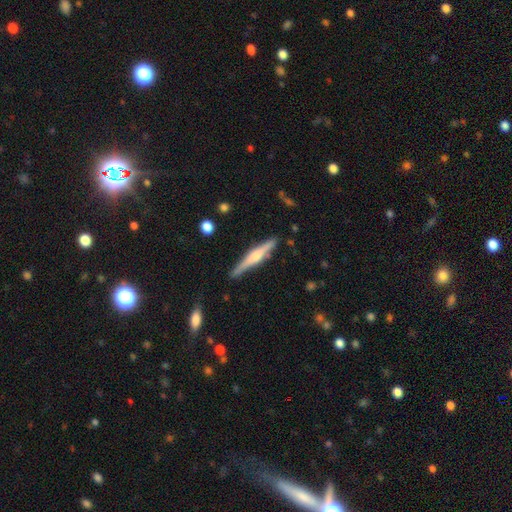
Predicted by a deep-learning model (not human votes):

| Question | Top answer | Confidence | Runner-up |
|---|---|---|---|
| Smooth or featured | featured or disk | 70% | smooth (24%) |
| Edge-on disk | yes | 97% | no (3%) |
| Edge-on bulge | rounded | 79% | boxy (14%) |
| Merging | none | 86% | minor disturbance (10%) |